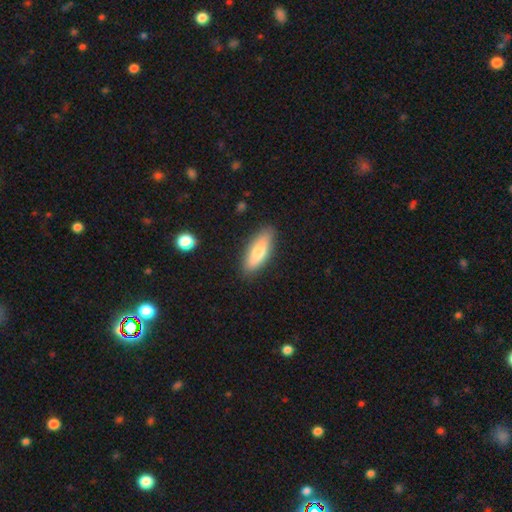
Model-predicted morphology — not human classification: type=smooth (72%); roundness=in between (55%); merging=none (86%).